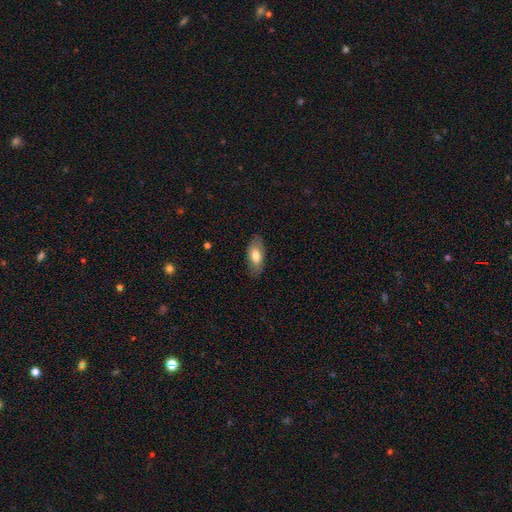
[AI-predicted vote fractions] smooth-or-featured: smooth: 72% | featured or disk: 22% | star or artifact: 6%
  how-rounded: in between: 87% | cigar-shaped: 10% | round: 3%
  merging: none: 82% | minor disturbance: 14% | major disturbance: 3% | merger: 1%